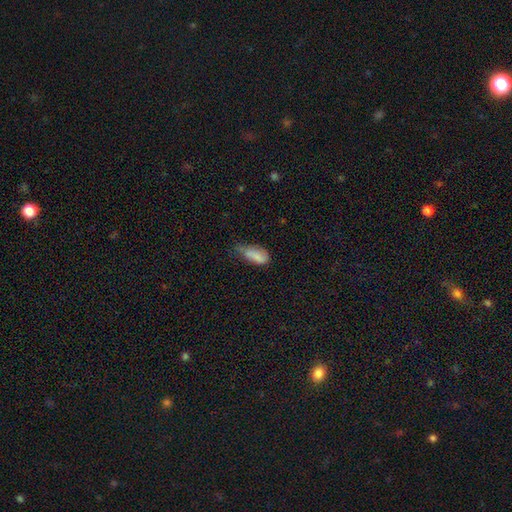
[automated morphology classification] Smooth or featured: smooth — 79% (featured or disk — 13%)
How rounded: in between — 87% (cigar-shaped — 9%)
Merging: minor disturbance — 46% (none — 30%)